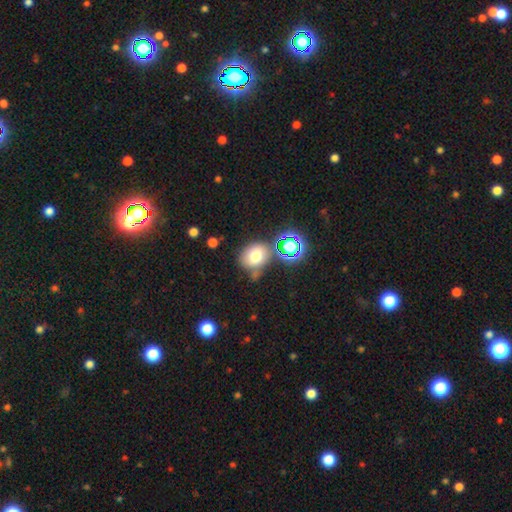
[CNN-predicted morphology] The model was most divided on "how rounded": round: 53%, in between: 46%, cigar-shaped: 1%. More confident: smooth or featured — smooth (70%); merging — none (61%).